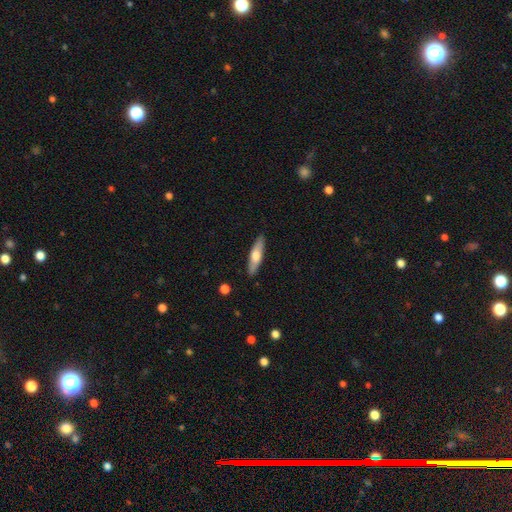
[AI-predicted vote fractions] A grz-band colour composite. It shows a smooth galaxy with no disk features (57%) that is cigar-shaped (70%). Merging: none (88%).